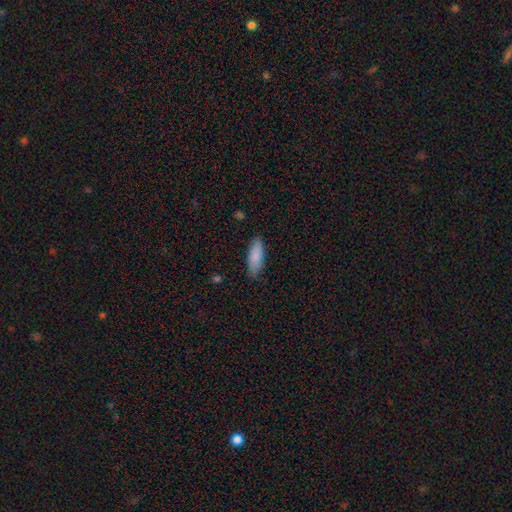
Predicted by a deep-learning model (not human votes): Morphology: type=smooth (86%); roundness=in between (68%); merging=none (84%).